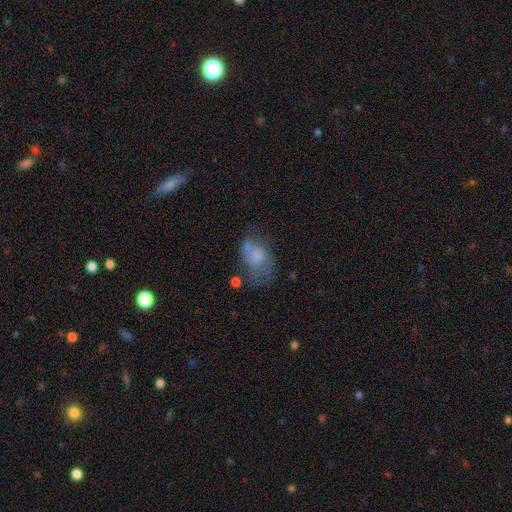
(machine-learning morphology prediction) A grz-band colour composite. It shows a featured or disk galaxy (46%). Merging: none (36%).